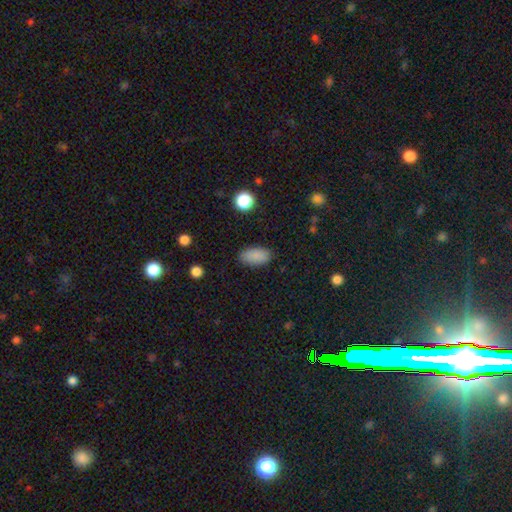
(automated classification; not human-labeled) A smooth galaxy with no disk features (87%) that is in between round and cigar-shaped (93%).

Vote fractions:
- Smooth or featured? smooth: 87% / star or artifact: 8% / featured or disk: 4%
- How rounded? in between: 93% / round: 4% / cigar-shaped: 3%
- Merging? none: 85% / minor disturbance: 11% / major disturbance: 3% / merger: 1%